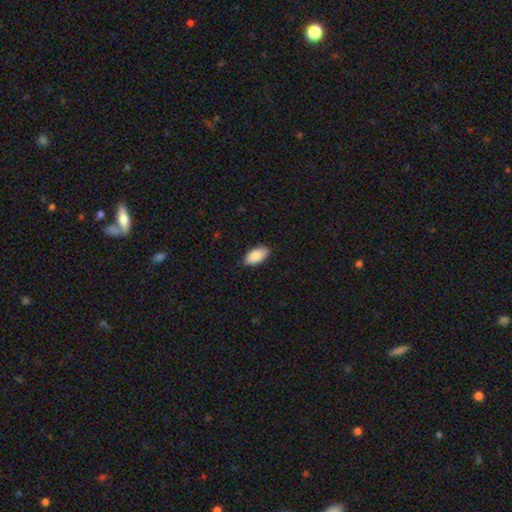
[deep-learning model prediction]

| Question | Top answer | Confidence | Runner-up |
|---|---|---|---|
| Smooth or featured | smooth | 89% | star or artifact (6%) |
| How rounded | in between | 95% | cigar-shaped (3%) |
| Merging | none | 84% | minor disturbance (13%) |